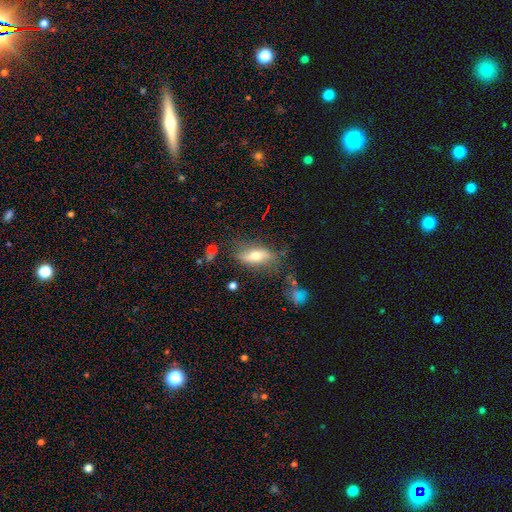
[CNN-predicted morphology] A smooth galaxy with no disk features (51%) that is in between round and cigar-shaped (74%). Merging: none (65%).